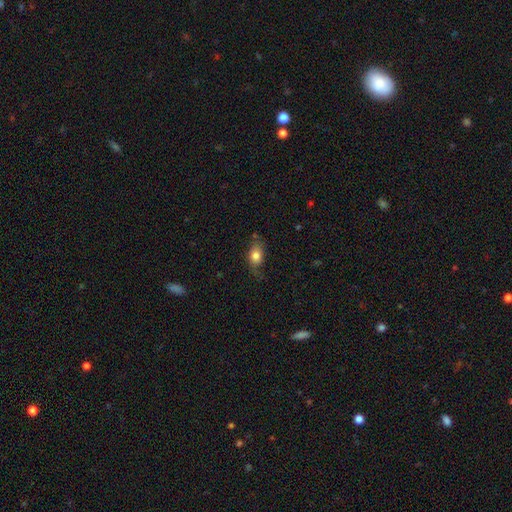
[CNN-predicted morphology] The model was most divided on "merging": none: 60%, minor disturbance: 28%, major disturbance: 10%, merger: 2%. More confident: smooth or featured — smooth (79%); how rounded — in between (74%).